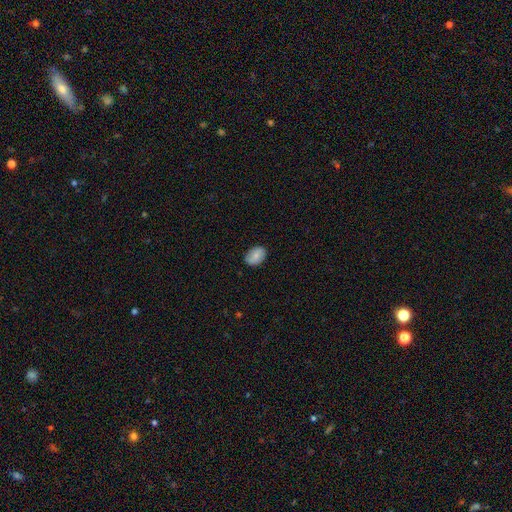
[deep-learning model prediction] Smooth or featured? smooth (78%)
How rounded? in between (84%)
Merging? none (85%)